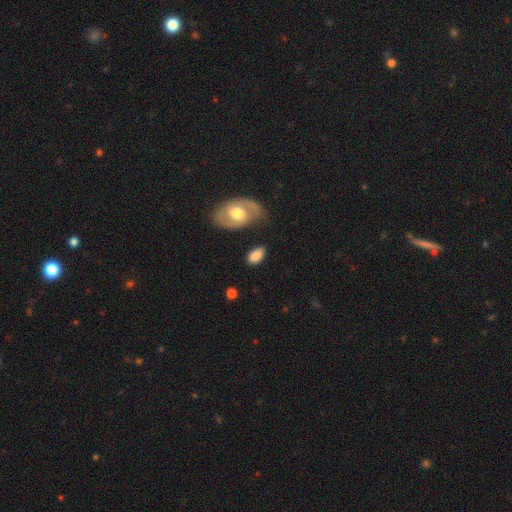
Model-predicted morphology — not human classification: type=smooth (78%); roundness=in between (92%); merging=none (75%).